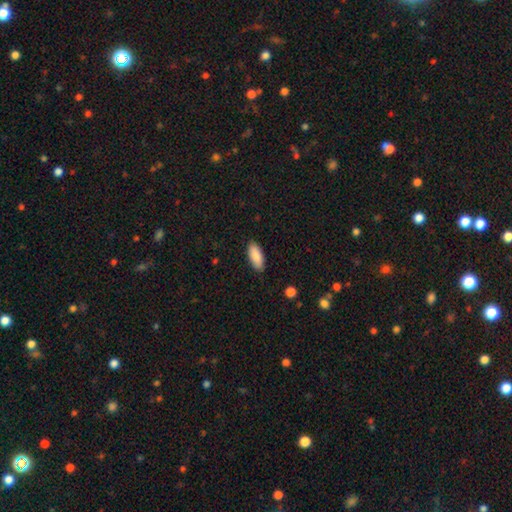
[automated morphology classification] smooth-or-featured: smooth: 89% | star or artifact: 6% | featured or disk: 5%
  how-rounded: in between: 84% | cigar-shaped: 15% | round: 2%
  merging: none: 88% | minor disturbance: 9% | major disturbance: 2% | merger: 1%